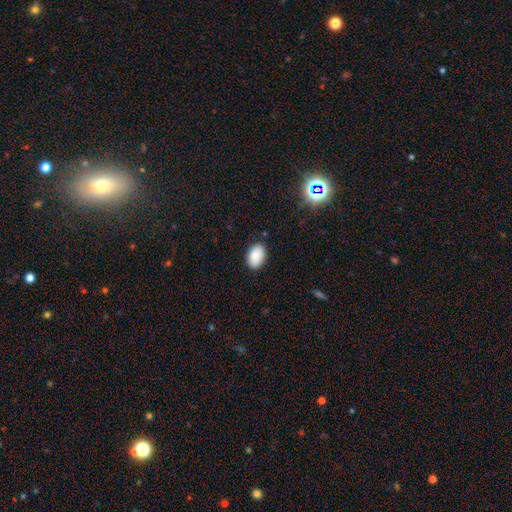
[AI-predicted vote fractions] Overall: smooth (88%). How rounded: in between (91%). Merging: none (86%).